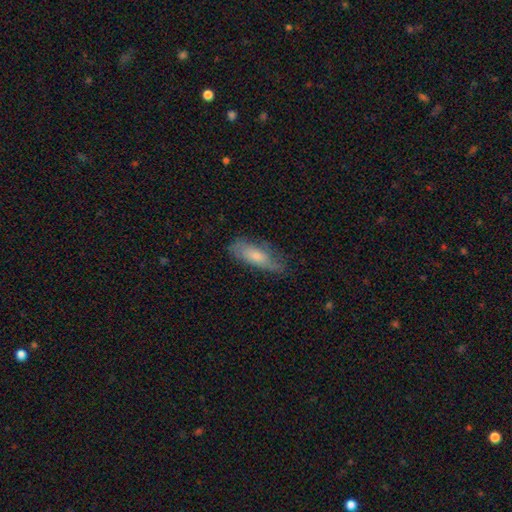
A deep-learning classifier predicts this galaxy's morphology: Overall: smooth (62%; featured or disk 31%). How rounded: in between (60%; cigar-shaped 38%). Merging: none (67%).